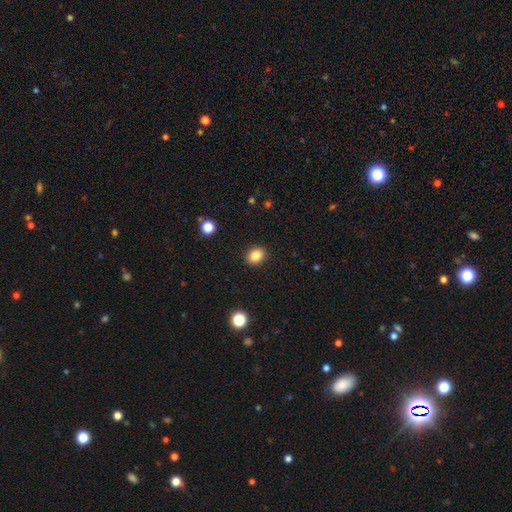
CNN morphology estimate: Smooth or featured?
  - smooth: 85% *
  - star or artifact: 10%
  - featured or disk: 5%
How rounded?
  - round: 52% *
  - in between: 47%
  - cigar-shaped: 1%
Merging?
  - none: 90% *
  - minor disturbance: 7%
  - major disturbance: 2%
  - merger: 1%